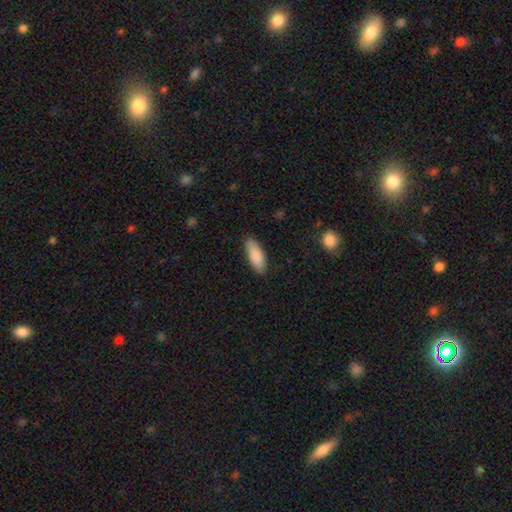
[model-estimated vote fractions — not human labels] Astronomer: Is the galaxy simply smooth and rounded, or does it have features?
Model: smooth — 88%.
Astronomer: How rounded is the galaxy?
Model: in between — 75%.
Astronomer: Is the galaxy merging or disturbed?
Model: none — 83%.